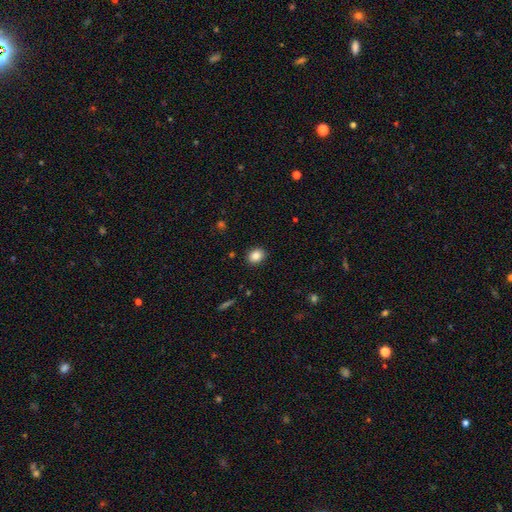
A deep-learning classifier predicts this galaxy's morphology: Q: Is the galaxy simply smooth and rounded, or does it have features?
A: smooth — 85%.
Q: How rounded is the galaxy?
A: in between — 53%.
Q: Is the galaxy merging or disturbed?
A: none — 89%.